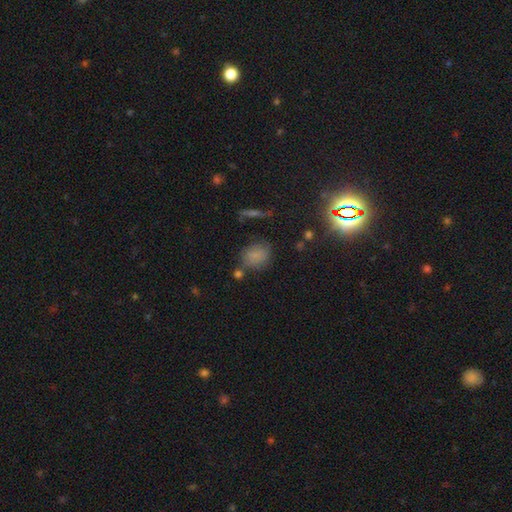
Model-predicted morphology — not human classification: Q: Smooth or featured?
A: smooth (71%); runner-up: star or artifact (17%)
Q: How rounded?
A: round (50%); runner-up: in between (48%)
Q: Merging?
A: none (64%); runner-up: minor disturbance (20%)